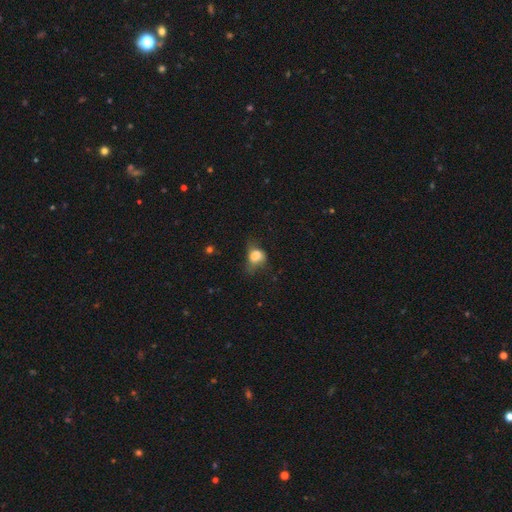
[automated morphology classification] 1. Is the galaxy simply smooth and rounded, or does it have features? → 74% smooth, 15% featured or disk, 11% star or artifact.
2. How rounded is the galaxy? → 56% in between, 42% round, 2% cigar-shaped.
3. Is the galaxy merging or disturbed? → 35% major disturbance, 31% minor disturbance, 30% none, 4% merger.